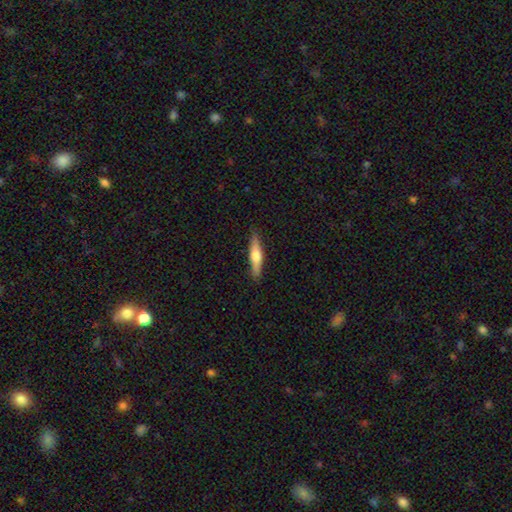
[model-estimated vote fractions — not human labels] A smooth galaxy with no disk features (49%).

Vote fractions:
- Smooth or featured? smooth: 49% / featured or disk: 45% / star or artifact: 6%
- Merging? none: 89% / minor disturbance: 8% / major disturbance: 2% / merger: 1%